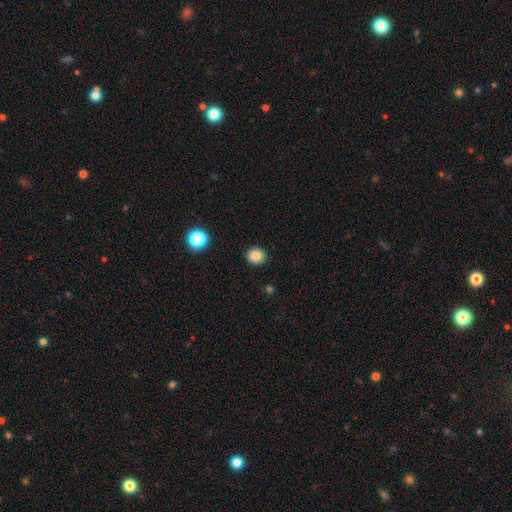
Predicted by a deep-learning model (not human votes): smooth 85%, star or artifact 10%, featured or disk 5%. Down the decision tree: how rounded — round (68%); merging — none (90%).